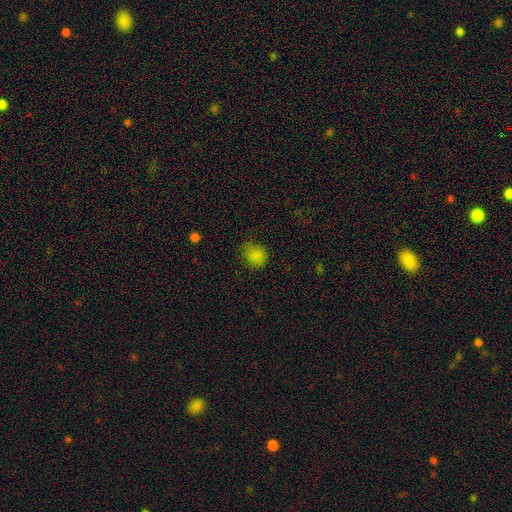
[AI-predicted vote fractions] A smooth galaxy with no disk features (80%) that is round (62%). Merging: none (61%).